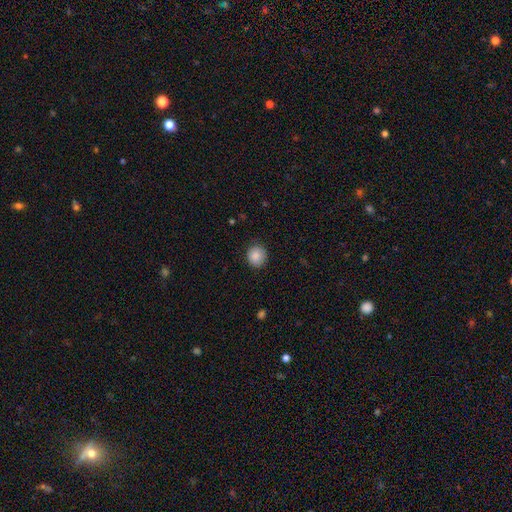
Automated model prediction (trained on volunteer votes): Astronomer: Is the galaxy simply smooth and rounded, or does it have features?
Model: smooth — 87%.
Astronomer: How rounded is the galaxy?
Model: round — 87%.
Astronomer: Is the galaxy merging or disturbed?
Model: none — 87%.